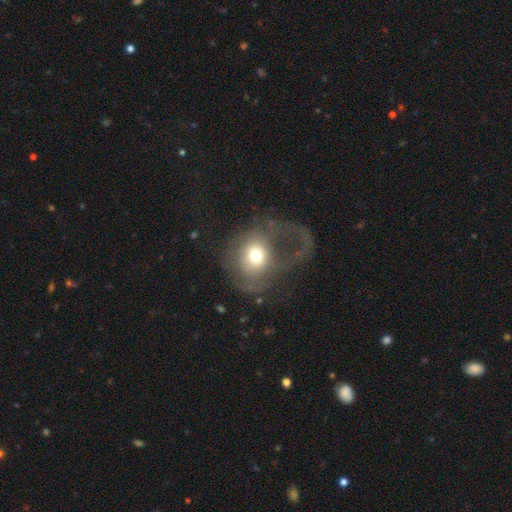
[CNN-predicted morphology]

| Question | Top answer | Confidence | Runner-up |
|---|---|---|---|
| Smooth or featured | smooth | 56% | featured or disk (34%) |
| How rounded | round | 65% | in between (34%) |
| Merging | major disturbance | 61% | none (23%) |